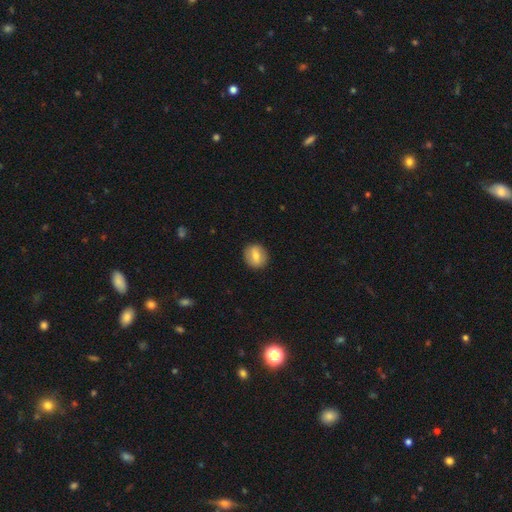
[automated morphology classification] A smooth galaxy with no disk features (70%) that is round (83%).

Vote fractions:
- Smooth or featured? smooth: 70% / featured or disk: 23% / star or artifact: 8%
- How rounded? round: 83% / in between: 16% / cigar-shaped: 1%
- Merging? none: 90% / minor disturbance: 7% / major disturbance: 2% / merger: 1%